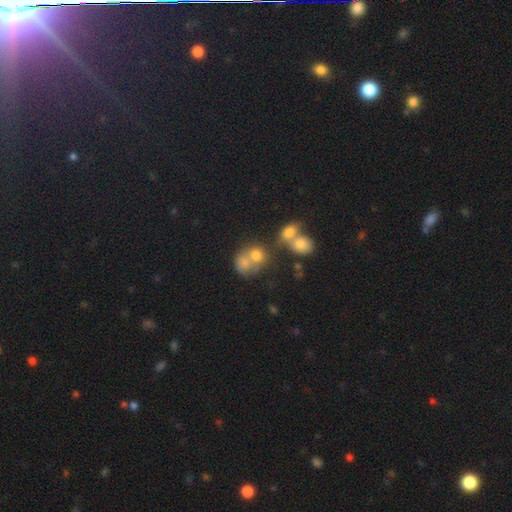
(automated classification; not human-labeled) This is likely a smooth galaxy (70%). How rounded: likely round (66%). Merging: possibly merger (56%).